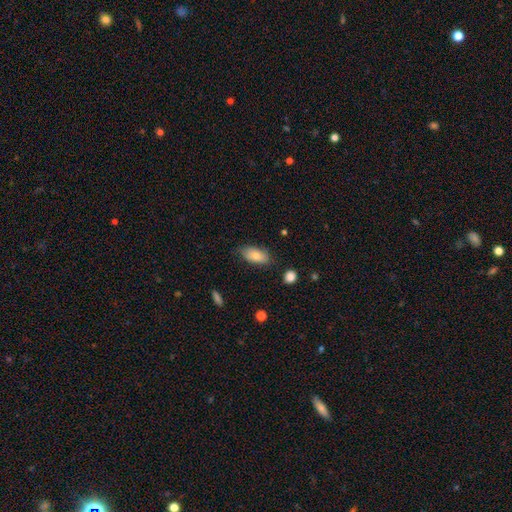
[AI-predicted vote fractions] Overall: smooth (78%). How rounded: in between (90%). Merging: none (72%).